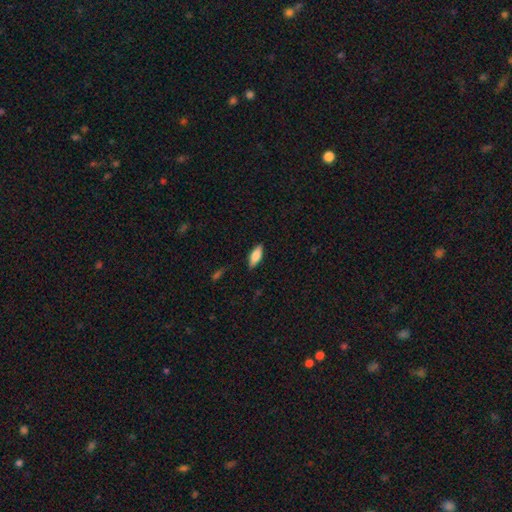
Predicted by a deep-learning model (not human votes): Smooth or featured? smooth (77%)
How rounded? in between (73%)
Merging? none (86%)